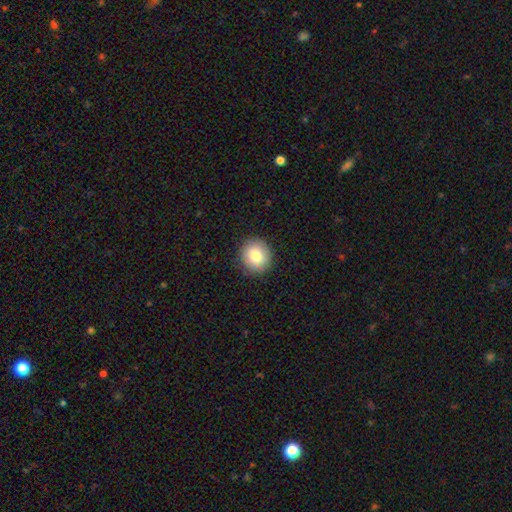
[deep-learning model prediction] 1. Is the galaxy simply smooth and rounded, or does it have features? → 81% smooth, 10% featured or disk, 8% star or artifact.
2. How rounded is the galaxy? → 88% round, 11% in between, 1% cigar-shaped.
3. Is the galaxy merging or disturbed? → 90% none, 7% minor disturbance, 2% major disturbance, 1% merger.